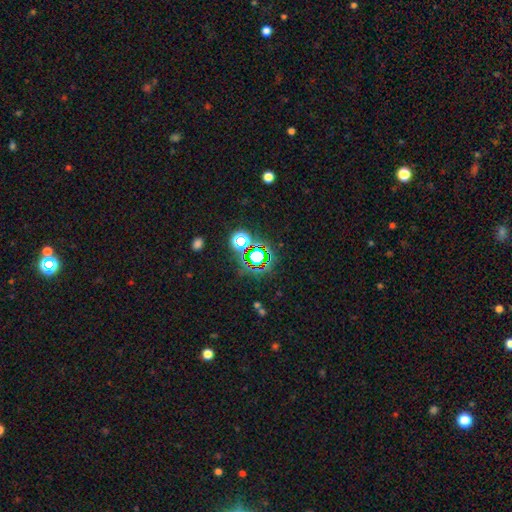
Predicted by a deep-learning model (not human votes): This appears to be a star or artifact, not a galaxy (69%).